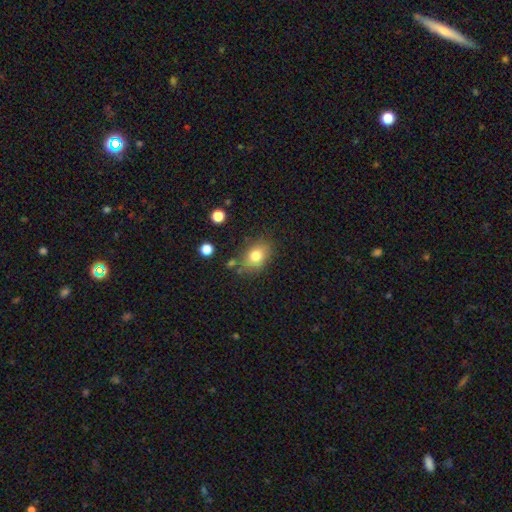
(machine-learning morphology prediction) type=smooth (78%); roundness=in between (71%); merging=none (75%).